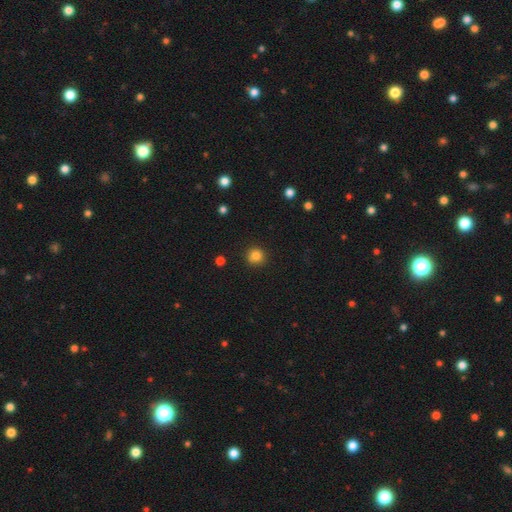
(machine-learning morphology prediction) A smooth galaxy with no disk features (83%) that is round (93%).

Vote fractions:
- Smooth or featured? smooth: 83% / star or artifact: 12% / featured or disk: 5%
- How rounded? round: 93% / in between: 6% / cigar-shaped: 1%
- Merging? none: 90% / minor disturbance: 7% / major disturbance: 2% / merger: 2%